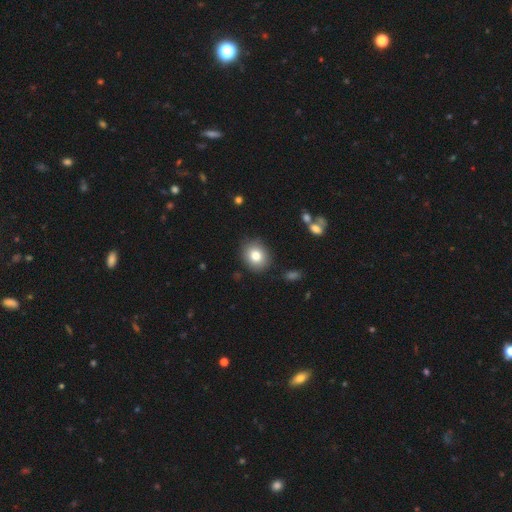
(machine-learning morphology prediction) Smooth or featured? Predicted: smooth (p=0.81). How rounded? Predicted: round (p=0.67). Merging? Predicted: none (p=0.86).